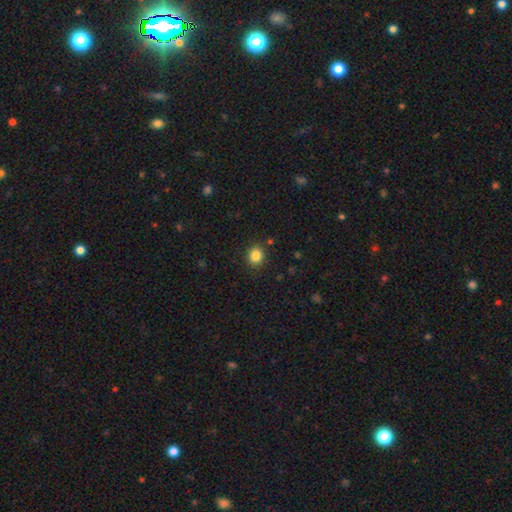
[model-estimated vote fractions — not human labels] Q: Smooth or featured?
A: smooth (84%); runner-up: star or artifact (11%)
Q: How rounded?
A: round (78%); runner-up: in between (22%)
Q: Merging?
A: none (88%); runner-up: minor disturbance (8%)